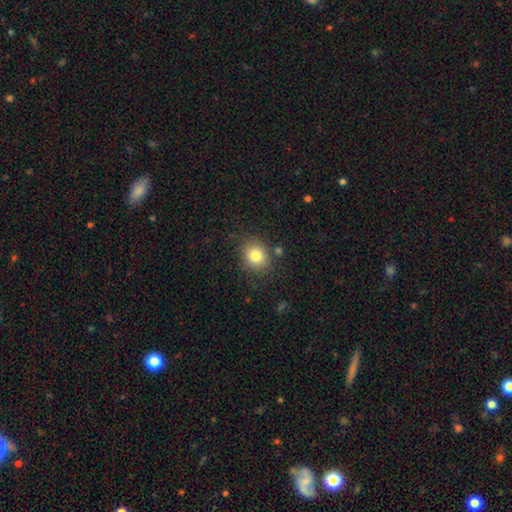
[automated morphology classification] smooth 82%, star or artifact 10%, featured or disk 7%. Down the decision tree: how rounded — round (67%); merging — none (81%).